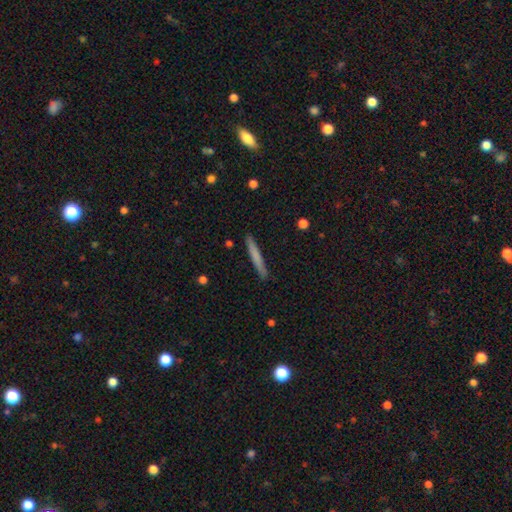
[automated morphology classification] Smooth or featured? smooth (69%)
How rounded? cigar-shaped (96%)
Merging? none (90%)